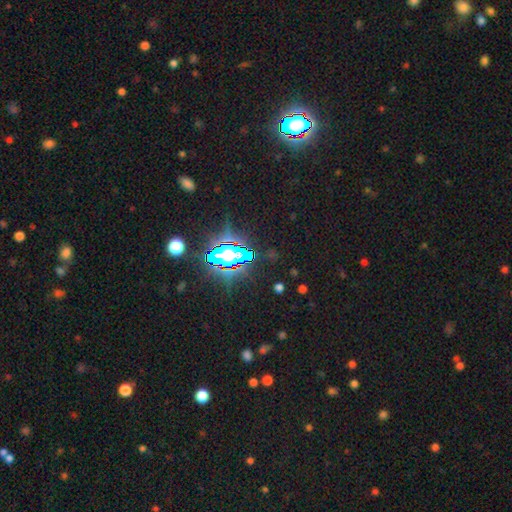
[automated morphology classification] Smooth or featured?
  - star or artifact: 77% *
  - smooth: 14%
  - featured or disk: 9%